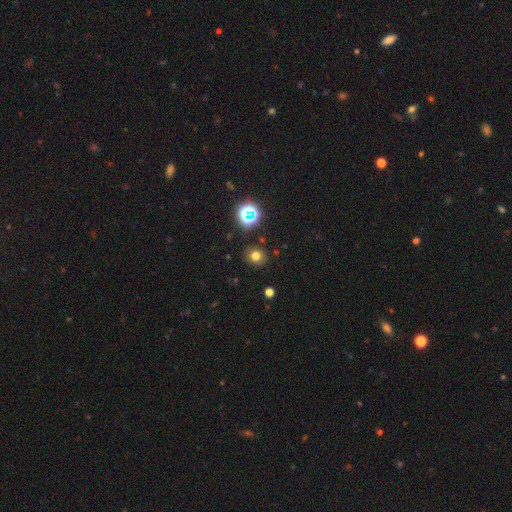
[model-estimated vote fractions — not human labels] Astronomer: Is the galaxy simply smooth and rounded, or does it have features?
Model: smooth — 72%.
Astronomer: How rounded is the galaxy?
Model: round — 76%.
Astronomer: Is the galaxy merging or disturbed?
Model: none — 87%.